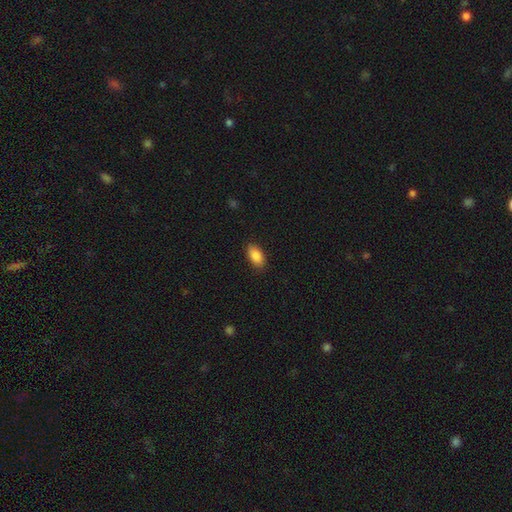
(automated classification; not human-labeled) Smooth or featured: smooth — 88% (star or artifact — 7%)
How rounded: in between — 93% (cigar-shaped — 4%)
Merging: none — 87% (minor disturbance — 10%)